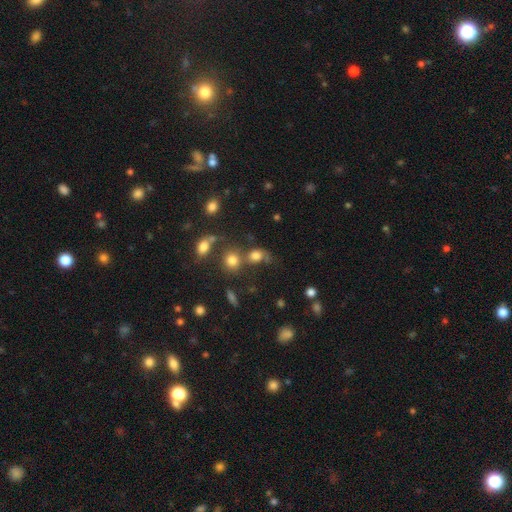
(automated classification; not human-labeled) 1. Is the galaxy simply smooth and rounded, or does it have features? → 75% smooth, 14% star or artifact, 10% featured or disk.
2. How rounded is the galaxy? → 59% round, 39% in between, 2% cigar-shaped.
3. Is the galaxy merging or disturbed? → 43% none, 28% merger, 16% minor disturbance, 13% major disturbance.